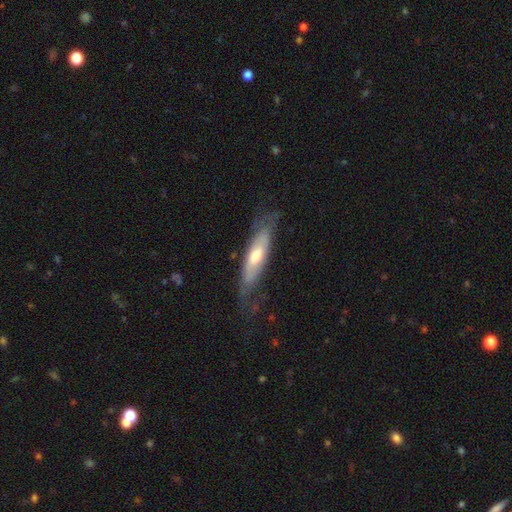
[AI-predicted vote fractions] smooth_or_featured: featured or disk (p=0.52) [alt: smooth p=0.43]
disk_edge_on: no (p=0.55) [alt: yes p=0.45]
merging: none (p=0.64) [alt: minor disturbance p=0.23]